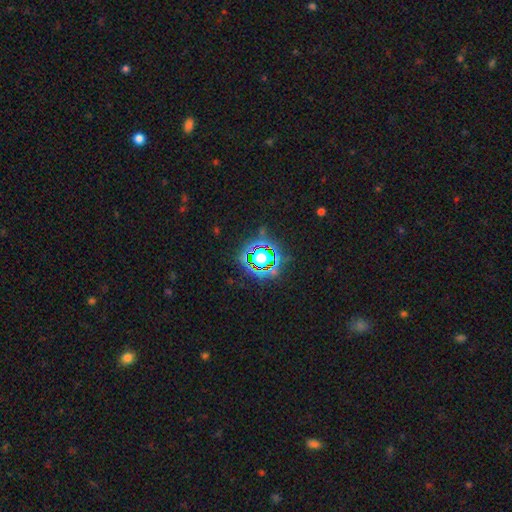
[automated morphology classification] Smooth or featured?
  - star or artifact: 66% *
  - smooth: 21%
  - featured or disk: 13%